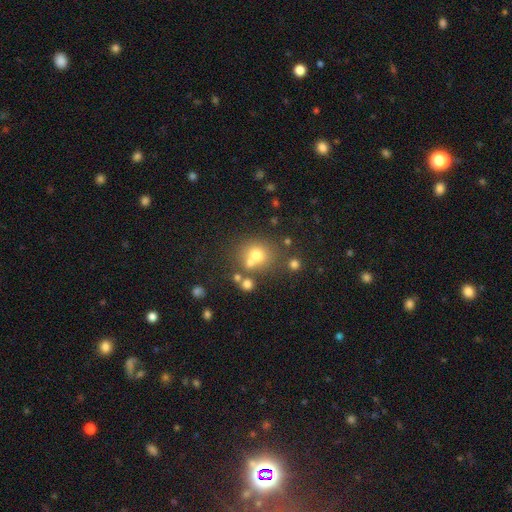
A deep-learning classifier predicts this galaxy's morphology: Smooth or featured?
  - smooth: 66% *
  - star or artifact: 18%
  - featured or disk: 15%
How rounded?
  - round: 76% *
  - in between: 23%
  - cigar-shaped: 1%
Merging?
  - none: 54% *
  - merger: 29%
  - minor disturbance: 11%
  - major disturbance: 6%